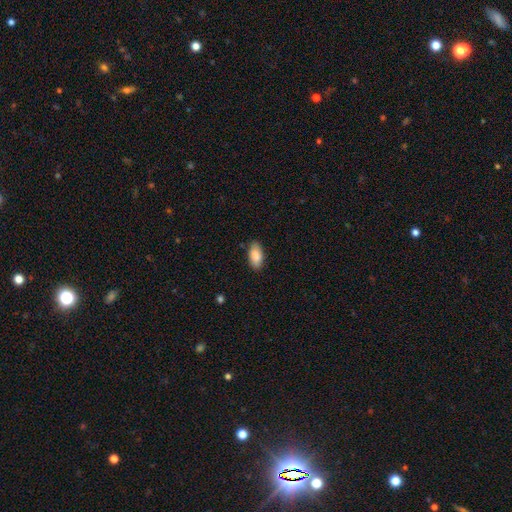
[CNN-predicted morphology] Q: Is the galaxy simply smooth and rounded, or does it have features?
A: smooth — 87%.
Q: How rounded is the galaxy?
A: in between — 91%.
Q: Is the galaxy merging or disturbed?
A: none — 87%.